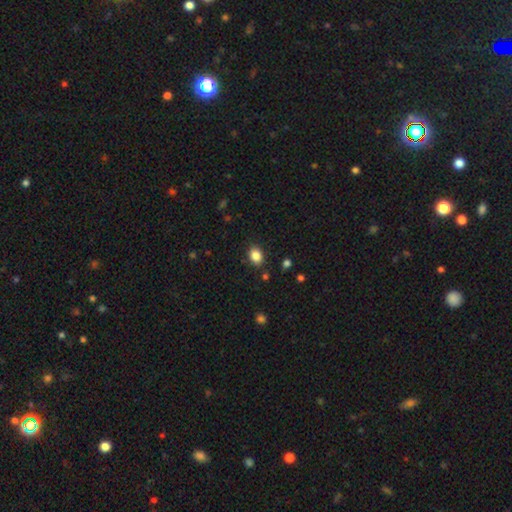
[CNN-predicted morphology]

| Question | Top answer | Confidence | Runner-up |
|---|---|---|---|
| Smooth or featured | smooth | 86% | star or artifact (10%) |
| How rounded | in between | 63% | round (37%) |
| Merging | none | 86% | minor disturbance (10%) |